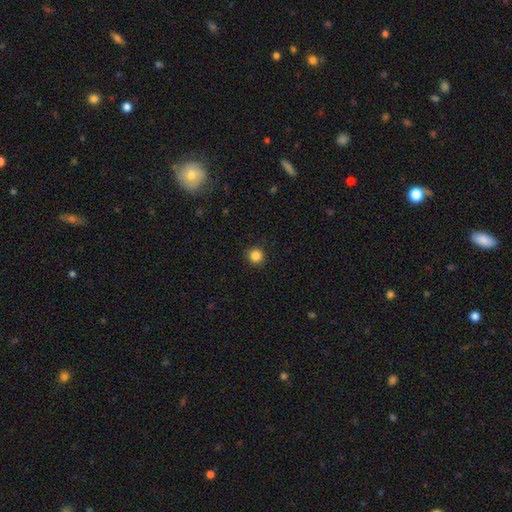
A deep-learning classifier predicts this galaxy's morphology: smooth_or_featured: smooth (p=0.85) [alt: star or artifact p=0.11]
how_rounded: round (p=0.94) [alt: in between p=0.05]
merging: none (p=0.91) [alt: minor disturbance p=0.06]